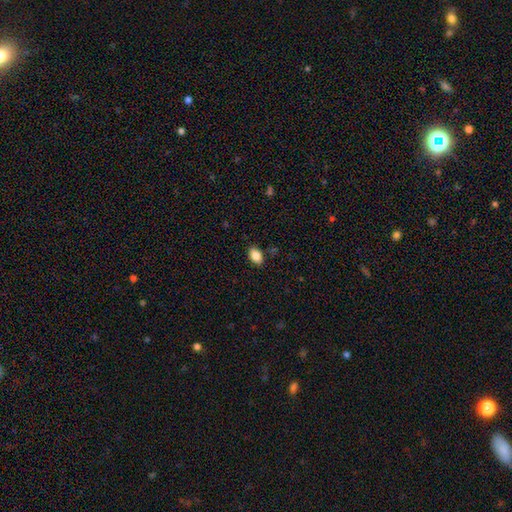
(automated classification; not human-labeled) This appears to be a smooth galaxy with no disk features (85%) that is in between round and cigar-shaped (88%). Merging: none (87%).